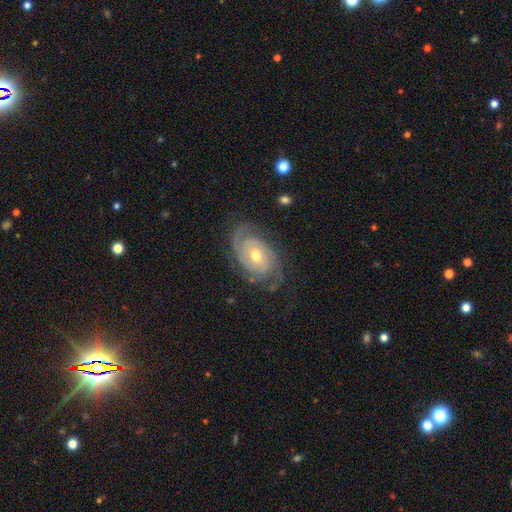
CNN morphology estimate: Smooth or featured? Predicted: featured or disk (p=0.87). Edge-on disk? Predicted: no (p=0.96). Bar? Predicted: no (p=0.73). Spiral arms? Predicted: yes (p=0.96). Spiral winding? Predicted: tight (p=0.67). Spiral arm count? Predicted: 2 (p=0.48). Bulge size? Predicted: moderate (p=0.64). Merging? Predicted: none (p=0.75).